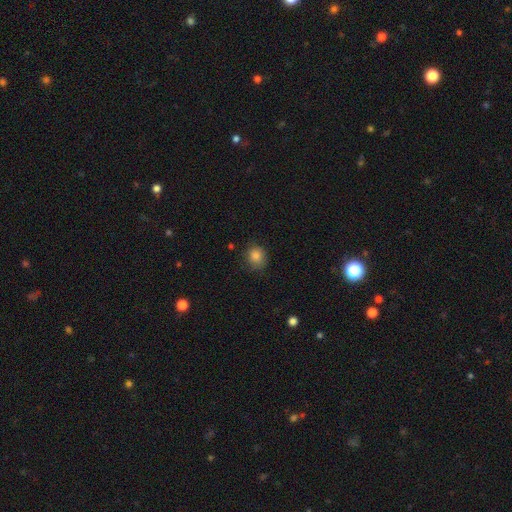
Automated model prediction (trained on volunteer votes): Smooth or featured? Predicted: smooth (p=0.84). How rounded? Predicted: round (p=0.81). Merging? Predicted: none (p=0.75).